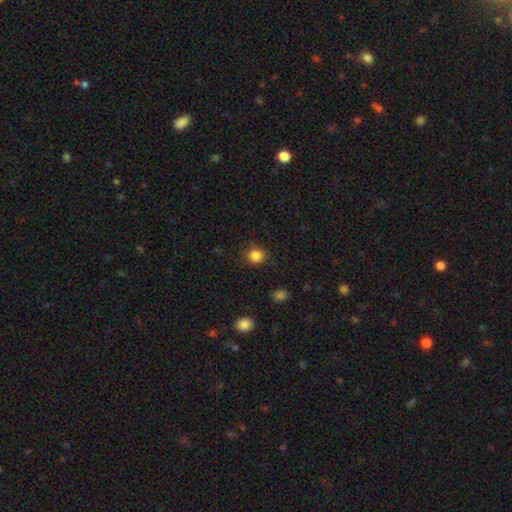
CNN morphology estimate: smooth_or_featured: smooth (p=0.84) [alt: star or artifact p=0.12]
how_rounded: round (p=0.81) [alt: in between p=0.18]
merging: none (p=0.82) [alt: minor disturbance p=0.13]